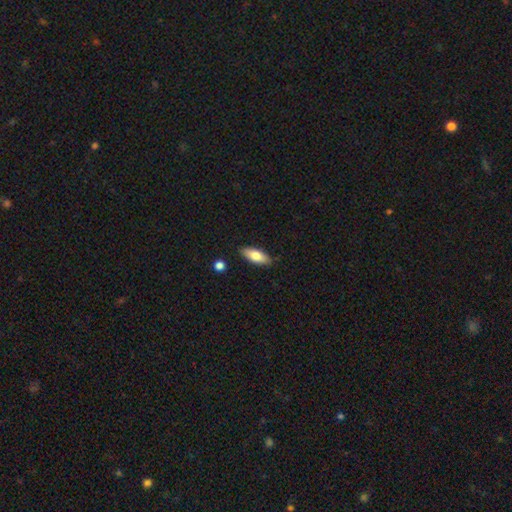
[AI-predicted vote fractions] This appears to be a smooth galaxy with no disk features (76%) that is in between round and cigar-shaped (76%). Merging: none (85%).